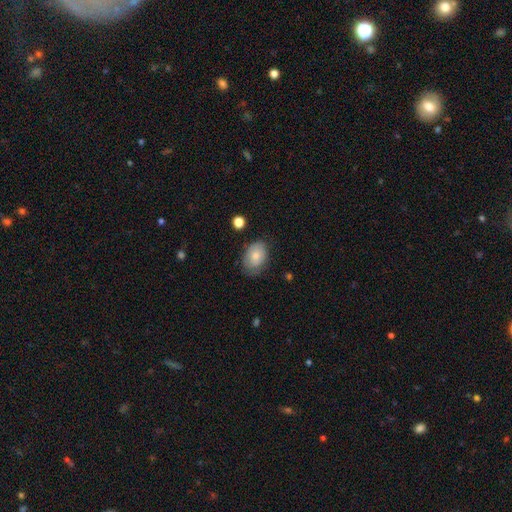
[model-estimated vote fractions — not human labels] smooth_or_featured: smooth (p=0.73) [alt: featured or disk p=0.20]
how_rounded: in between (p=0.82) [alt: round p=0.17]
merging: none (p=0.65) [alt: minor disturbance p=0.26]